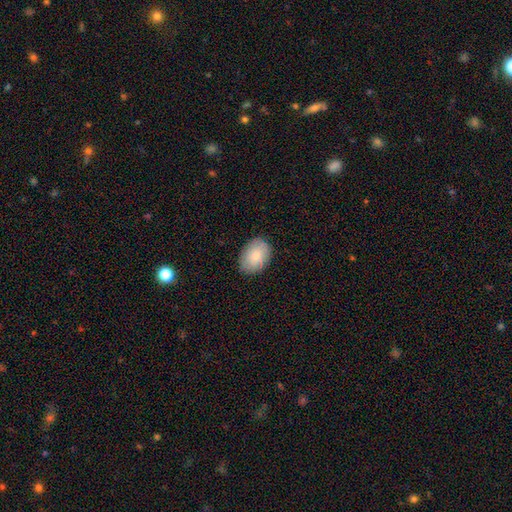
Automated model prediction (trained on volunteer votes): Morphology: type=smooth (82%); roundness=in between (80%); merging=none (84%).